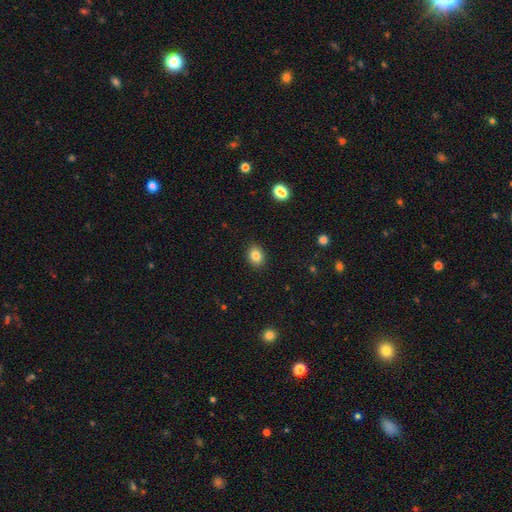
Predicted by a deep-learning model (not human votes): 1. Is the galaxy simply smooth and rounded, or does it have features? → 84% smooth, 10% star or artifact, 6% featured or disk.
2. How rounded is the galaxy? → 51% round, 48% in between, 1% cigar-shaped.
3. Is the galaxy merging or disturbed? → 90% none, 7% minor disturbance, 2% major disturbance, 1% merger.